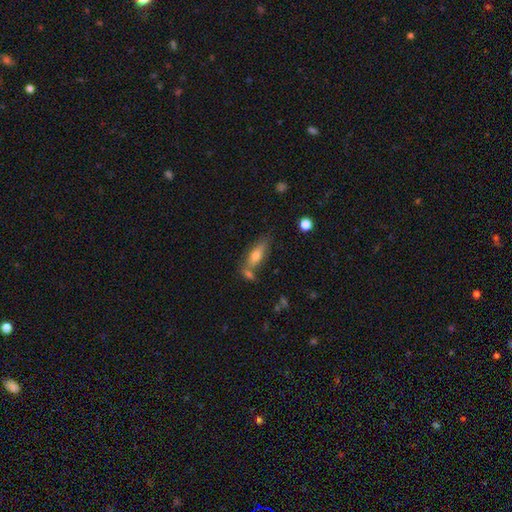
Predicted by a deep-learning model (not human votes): Smooth or featured? smooth (68%)
How rounded? in between (61%)
Merging? none (55%)